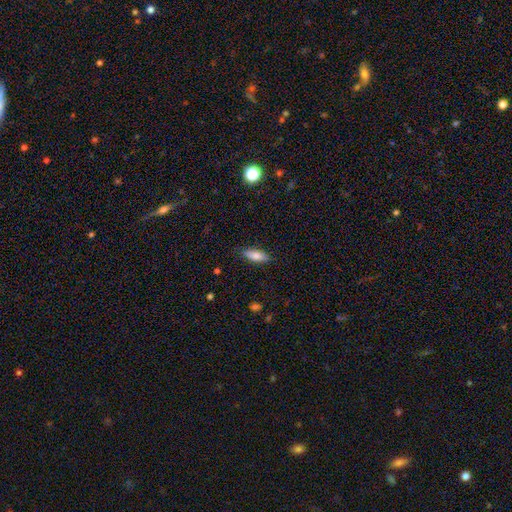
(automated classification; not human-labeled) Smooth or featured? smooth (80%)
How rounded? in between (70%)
Merging? none (84%)